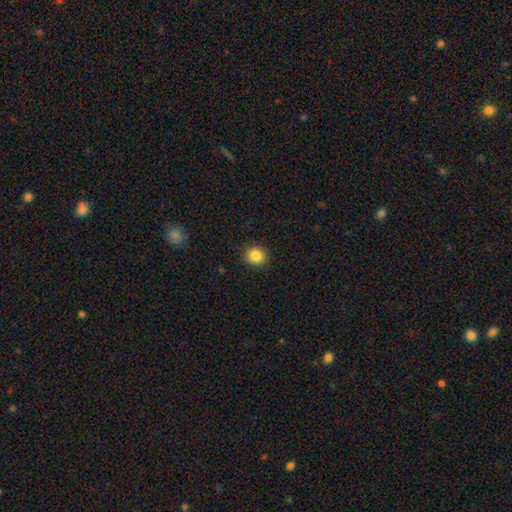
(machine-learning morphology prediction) This is clearly a smooth galaxy (86%). How rounded: clearly round (86%). Merging: clearly none (91%).